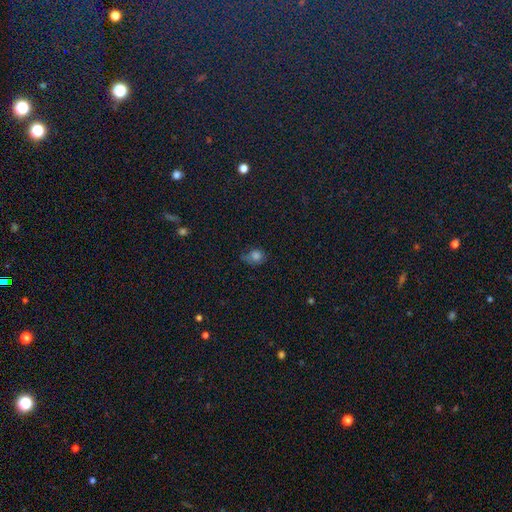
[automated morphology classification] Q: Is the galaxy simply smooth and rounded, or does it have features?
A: smooth — 77%.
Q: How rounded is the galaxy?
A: round — 72%.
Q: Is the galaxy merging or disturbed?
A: none — 52%.